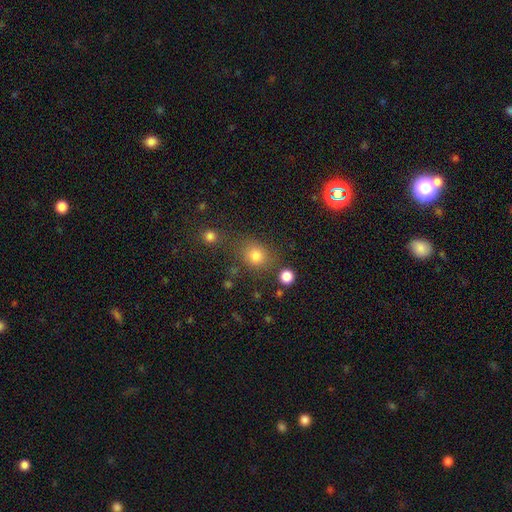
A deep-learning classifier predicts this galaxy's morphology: Smooth or featured? smooth (79%)
How rounded? round (74%)
Merging? none (69%)